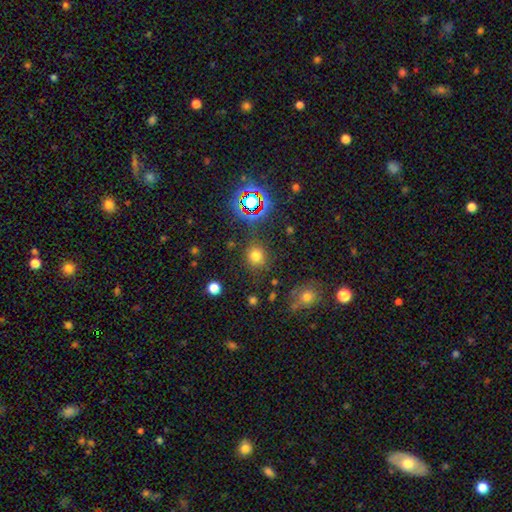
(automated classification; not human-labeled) Overall: smooth (71%). How rounded: round (83%). Merging: none (82%).